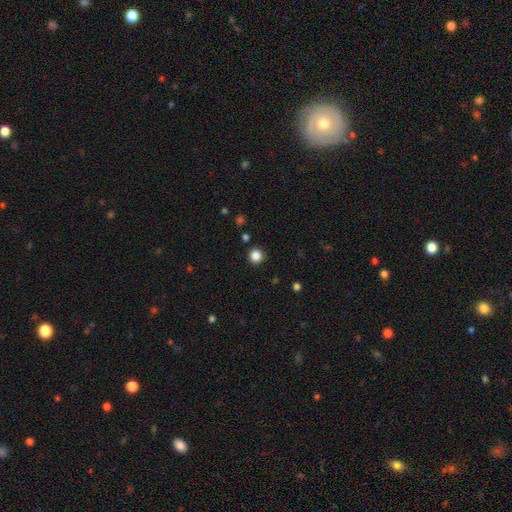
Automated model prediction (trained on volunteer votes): smooth_or_featured: smooth (p=0.85) [alt: star or artifact p=0.12]
how_rounded: round (p=0.94) [alt: in between p=0.05]
merging: none (p=0.91) [alt: minor disturbance p=0.05]